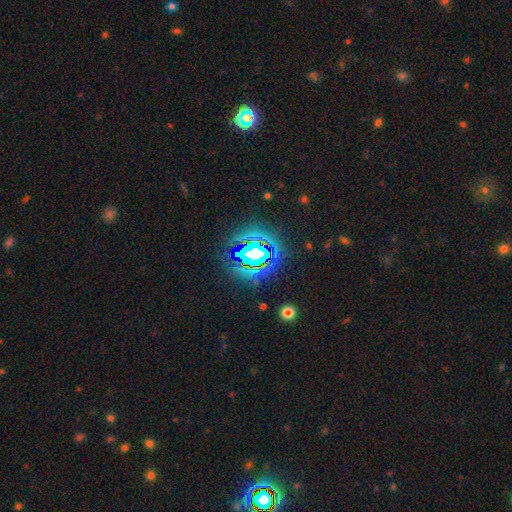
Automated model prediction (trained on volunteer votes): Smooth or featured? Predicted: star or artifact (p=0.73).